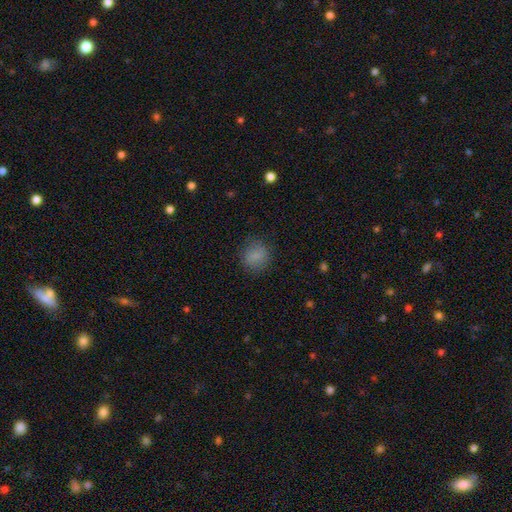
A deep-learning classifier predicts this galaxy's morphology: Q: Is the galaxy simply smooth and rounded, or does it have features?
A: smooth — 83%.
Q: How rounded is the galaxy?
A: round — 83%.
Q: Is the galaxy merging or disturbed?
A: none — 83%.